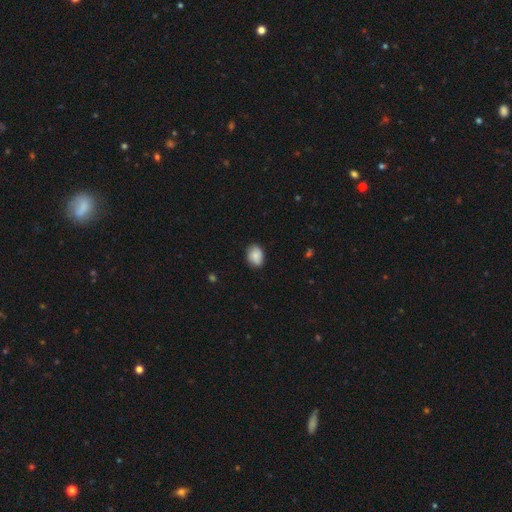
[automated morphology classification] Smooth or featured: smooth — 82% (featured or disk — 11%)
How rounded: in between — 69% (round — 30%)
Merging: none — 80% (minor disturbance — 16%)